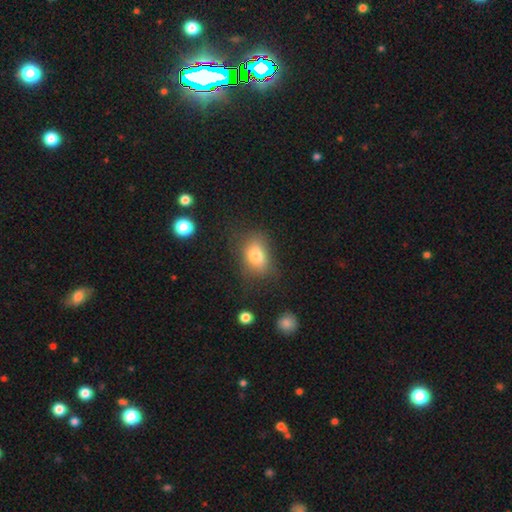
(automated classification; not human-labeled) smooth-or-featured: smooth: 78% | featured or disk: 12% | star or artifact: 10%
  how-rounded: in between: 76% | round: 23% | cigar-shaped: 1%
  merging: none: 67% | minor disturbance: 21% | major disturbance: 9% | merger: 2%